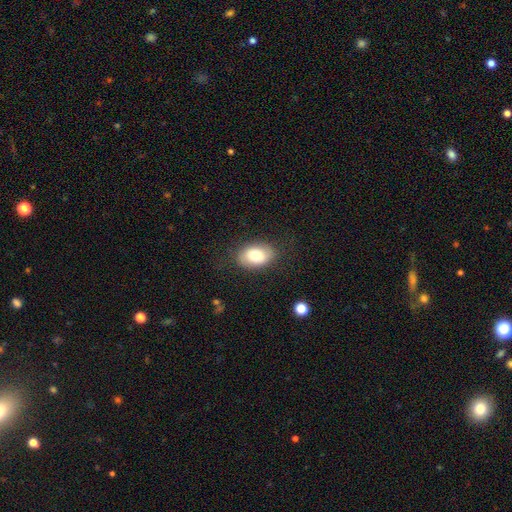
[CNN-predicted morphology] smooth_or_featured: smooth (p=0.78) [alt: featured or disk p=0.15]
how_rounded: in between (p=0.86) [alt: round p=0.13]
merging: none (p=0.80) [alt: minor disturbance p=0.14]